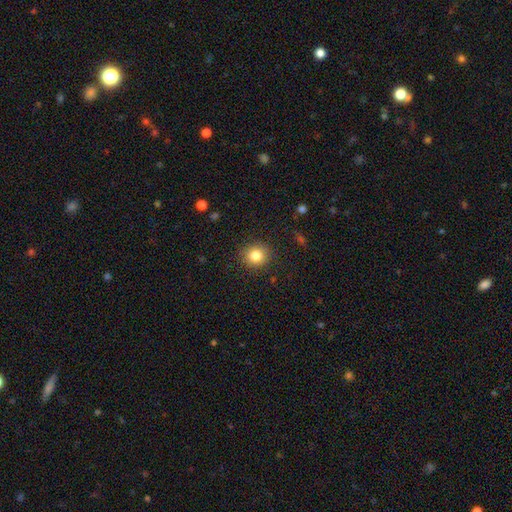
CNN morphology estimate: This is clearly a smooth galaxy (83%). How rounded: clearly round (86%). Merging: clearly none (89%).